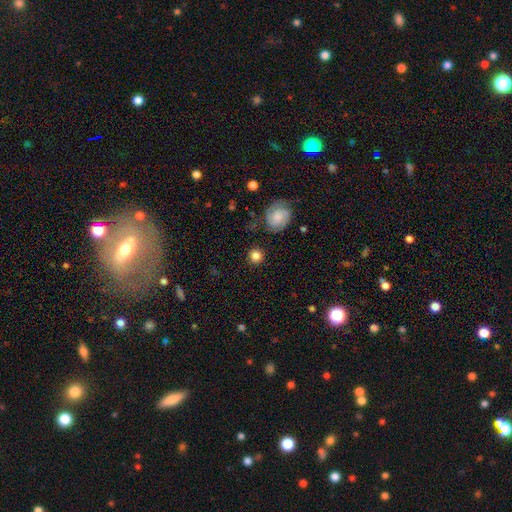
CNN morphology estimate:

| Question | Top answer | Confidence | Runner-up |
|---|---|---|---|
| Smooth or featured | smooth | 82% | featured or disk (10%) |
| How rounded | round | 92% | in between (7%) |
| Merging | none | 85% | minor disturbance (9%) |